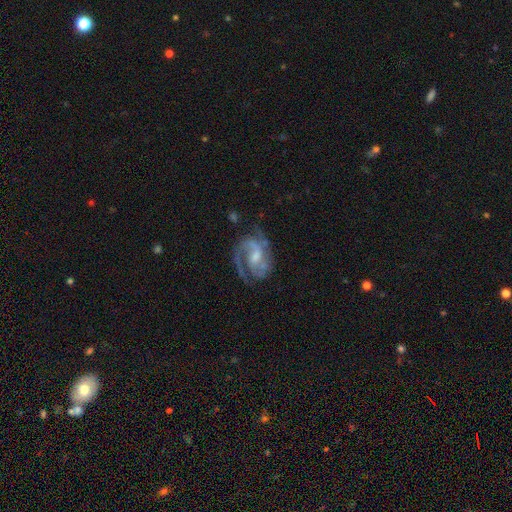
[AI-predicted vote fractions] smooth_or_featured: featured or disk (p=0.87) [alt: smooth p=0.07]
disk_edge_on: no (p=0.97) [alt: yes p=0.03]
bar: weak (p=0.50) [alt: no p=0.33]
has_spiral_arms: yes (p=0.96) [alt: no p=0.04]
spiral_winding: medium (p=0.51) [alt: tight p=0.33]
spiral_arm_count: 2 (p=0.67) [alt: 3 p=0.11]
bulge_size: moderate (p=0.45) [alt: small p=0.36]
merging: none (p=0.64) [alt: minor disturbance p=0.19]